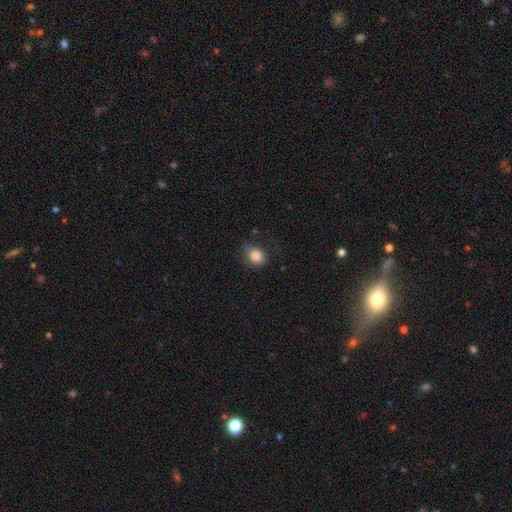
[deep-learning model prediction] Overall: smooth (85%). How rounded: round (57%; in between 42%). Merging: none (60%; minor disturbance 27%).